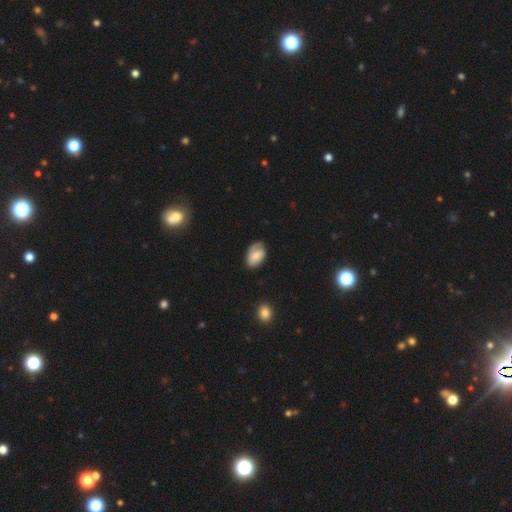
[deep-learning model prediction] Smooth or featured: smooth — 55% (featured or disk — 38%)
How rounded: in between — 86% (round — 13%)
Merging: none — 62% (minor disturbance — 28%)